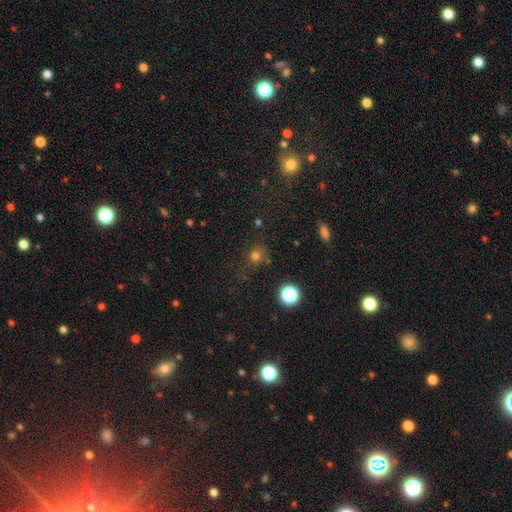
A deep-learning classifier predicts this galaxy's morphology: A smooth galaxy with no disk features (69%) that is round (84%). Merging: none (70%).